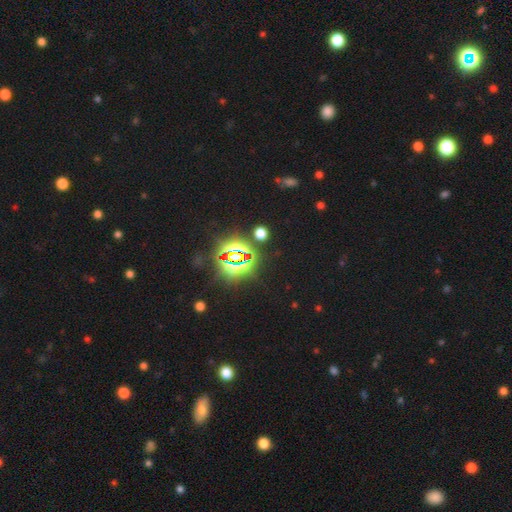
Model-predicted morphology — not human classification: Smooth or featured? star or artifact (82%)